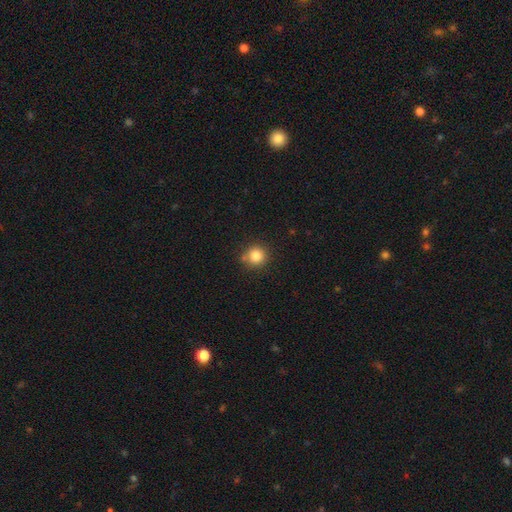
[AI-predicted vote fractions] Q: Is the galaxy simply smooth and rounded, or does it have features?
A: smooth — 83%.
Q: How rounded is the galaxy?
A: round — 91%.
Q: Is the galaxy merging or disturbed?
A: none — 82%.